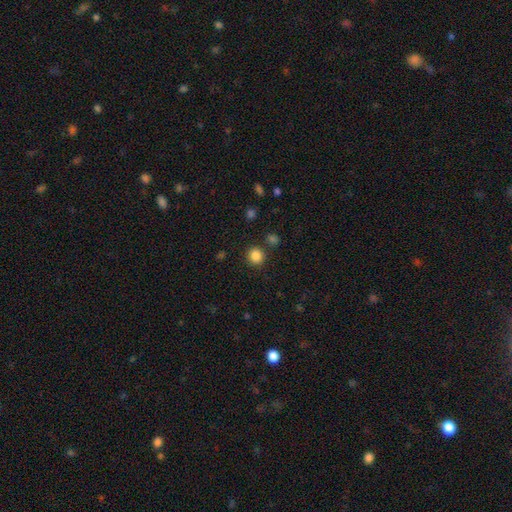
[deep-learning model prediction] A smooth galaxy with no disk features (85%) that is round (89%). Merging: none (87%).